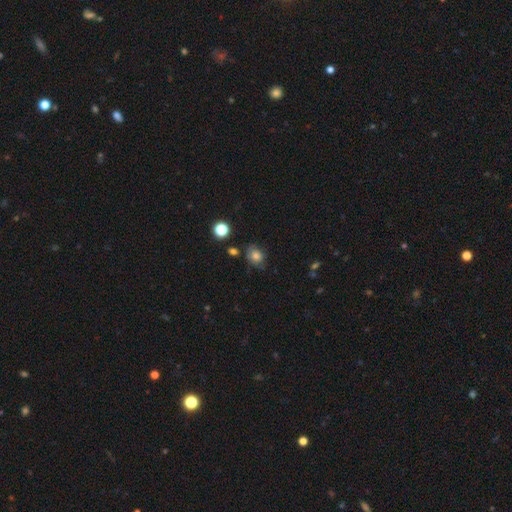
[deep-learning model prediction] Smooth or featured? smooth (70%)
How rounded? round (58%)
Merging? none (64%)